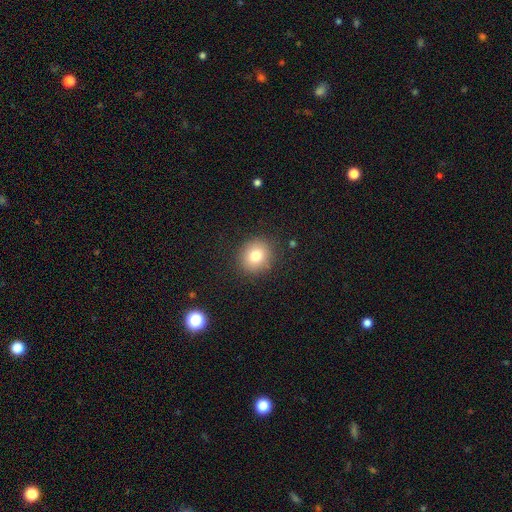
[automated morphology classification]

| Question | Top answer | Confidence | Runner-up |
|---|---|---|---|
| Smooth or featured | smooth | 78% | star or artifact (12%) |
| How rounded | round | 83% | in between (16%) |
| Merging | none | 88% | minor disturbance (8%) |